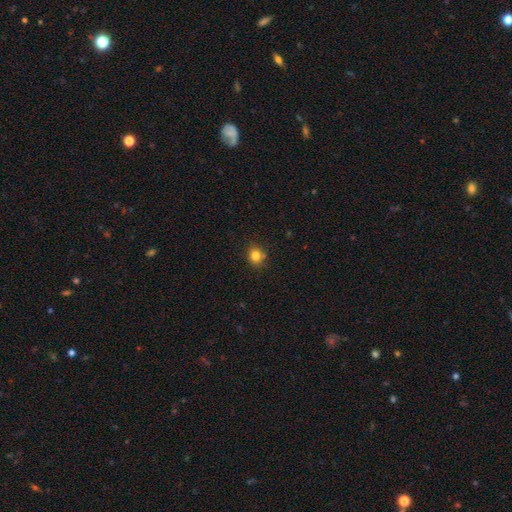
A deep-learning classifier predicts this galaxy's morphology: smooth 81%, star or artifact 13%, featured or disk 6%. Down the decision tree: how rounded — round (76%); merging — none (83%).